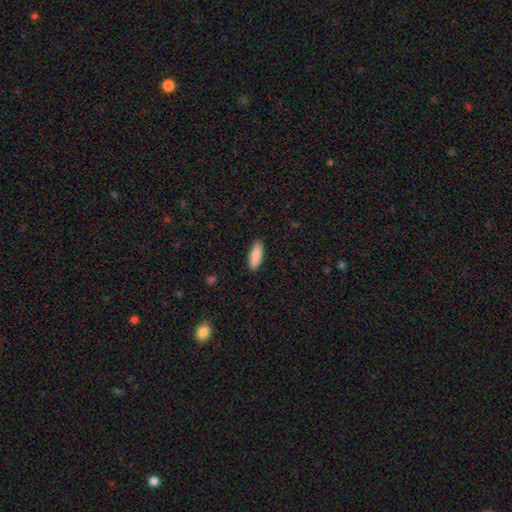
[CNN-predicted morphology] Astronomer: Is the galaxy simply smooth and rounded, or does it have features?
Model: smooth — 89%.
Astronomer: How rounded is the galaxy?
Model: in between — 67%.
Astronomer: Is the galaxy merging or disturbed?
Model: none — 89%.